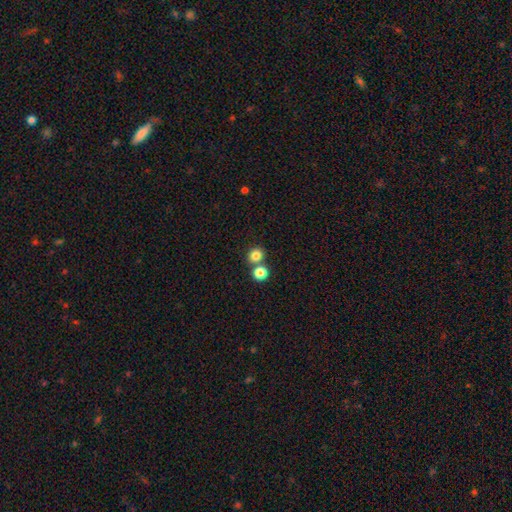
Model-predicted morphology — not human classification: smooth_or_featured: smooth (p=0.82) [alt: star or artifact p=0.13]
how_rounded: round (p=0.84) [alt: in between p=0.15]
merging: none (p=0.63) [alt: merger p=0.28]